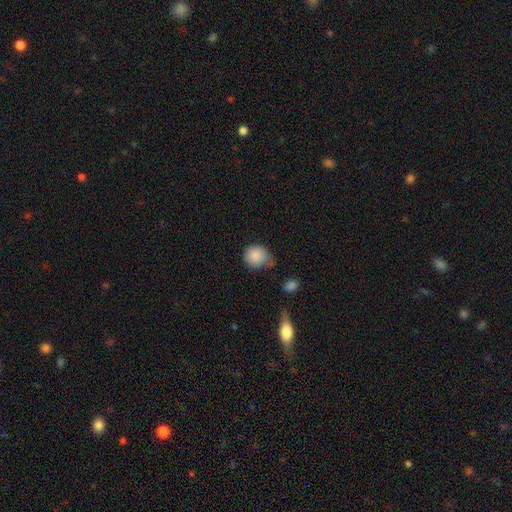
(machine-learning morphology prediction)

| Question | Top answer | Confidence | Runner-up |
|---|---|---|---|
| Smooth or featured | smooth | 86% | star or artifact (8%) |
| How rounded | round | 80% | in between (19%) |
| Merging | none | 52% | minor disturbance (34%) |